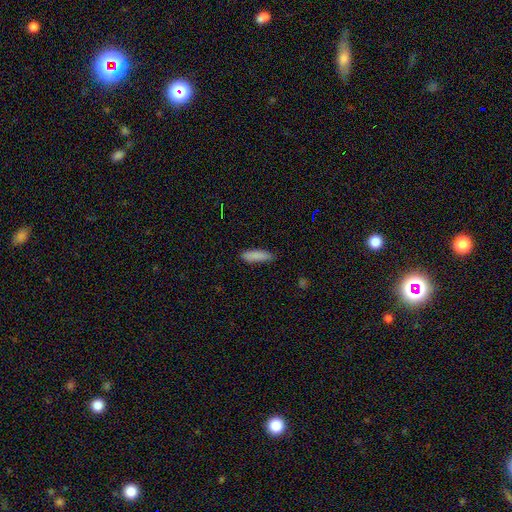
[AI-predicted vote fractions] Smooth or featured?
  - smooth: 87% *
  - star or artifact: 7%
  - featured or disk: 6%
How rounded?
  - cigar-shaped: 64% *
  - in between: 35%
  - round: 2%
Merging?
  - none: 82% *
  - minor disturbance: 14%
  - major disturbance: 2%
  - merger: 1%